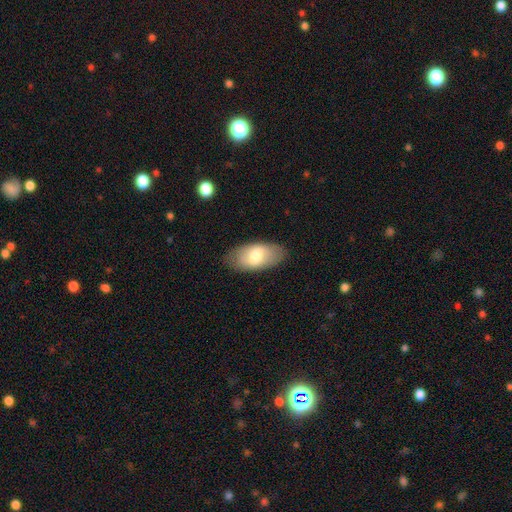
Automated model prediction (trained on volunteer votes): Morphology: type=smooth (64%); roundness=in between (93%); merging=none (84%).